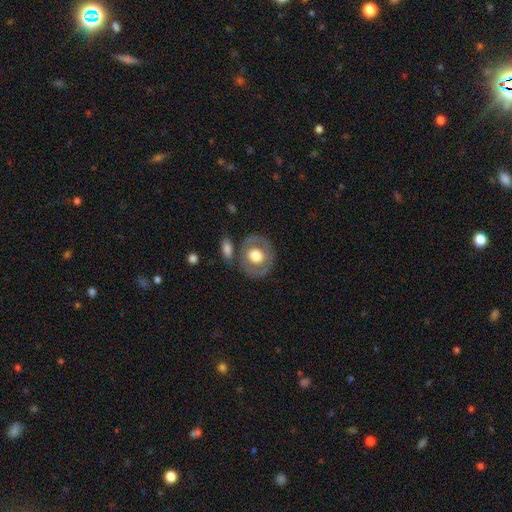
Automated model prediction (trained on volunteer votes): smooth_or_featured: smooth (p=0.51) [alt: featured or disk p=0.43]
how_rounded: round (p=0.76) [alt: in between p=0.23]
merging: none (p=0.74) [alt: minor disturbance p=0.12]